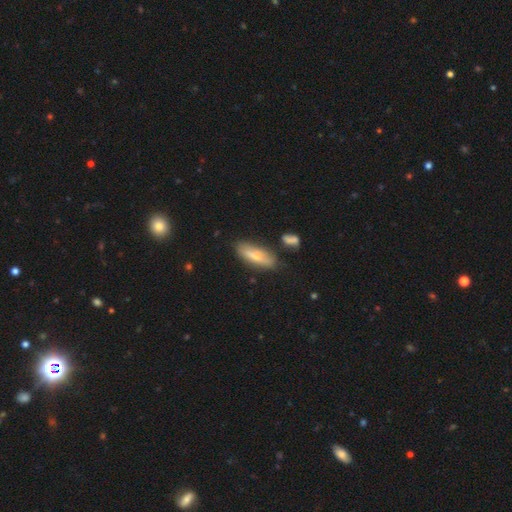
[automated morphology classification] Smooth or featured? smooth (62%)
How rounded? in between (54%)
Merging? none (71%)